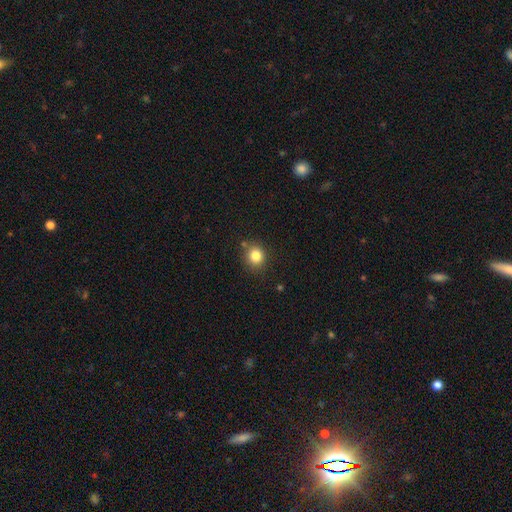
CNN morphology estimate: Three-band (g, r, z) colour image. It shows a smooth galaxy with no disk features (82%) that is round (83%). Merging: none (80%).